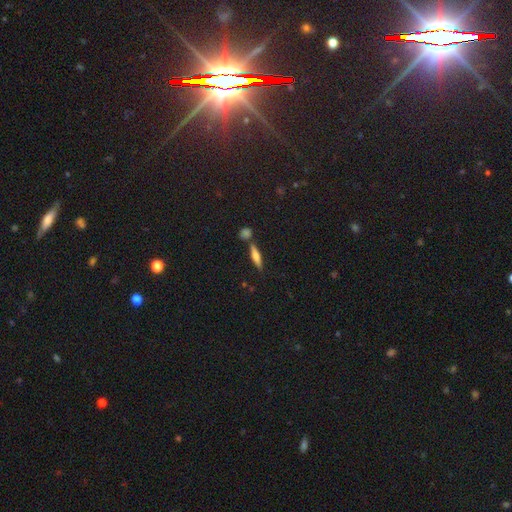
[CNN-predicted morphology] Smooth or featured: smooth — 55% (featured or disk — 36%)
How rounded: cigar-shaped — 77% (in between — 20%)
Merging: none — 75% (merger — 12%)